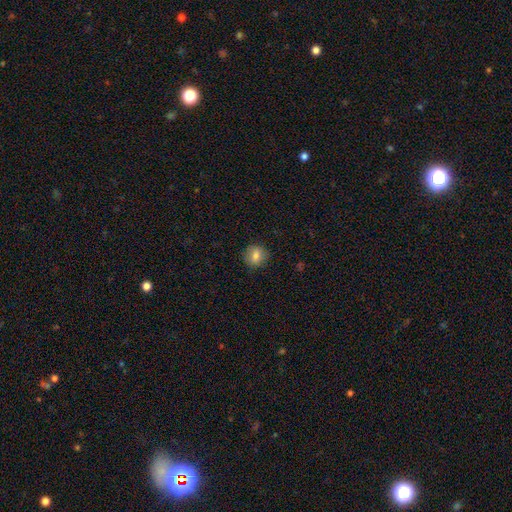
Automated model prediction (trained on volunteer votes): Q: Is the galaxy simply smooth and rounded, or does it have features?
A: smooth — 79%.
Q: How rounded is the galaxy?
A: round — 85%.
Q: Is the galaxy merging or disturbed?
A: none — 87%.